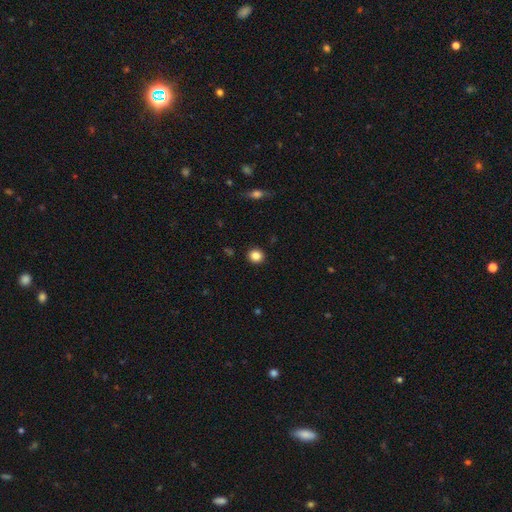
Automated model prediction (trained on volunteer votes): Smooth or featured? smooth (85%)
How rounded? round (90%)
Merging? none (92%)